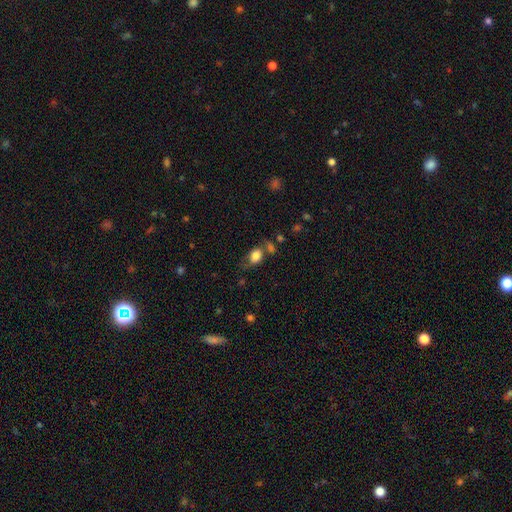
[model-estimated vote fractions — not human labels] A smooth galaxy with no disk features (81%) that is in between round and cigar-shaped (67%).

Vote fractions:
- Smooth or featured? smooth: 81% / star or artifact: 10% / featured or disk: 9%
- How rounded? in between: 67% / round: 32% / cigar-shaped: 2%
- Merging? none: 48% / minor disturbance: 25% / merger: 14% / major disturbance: 12%